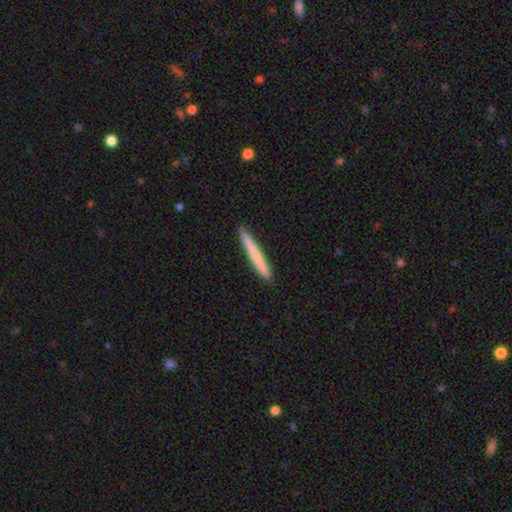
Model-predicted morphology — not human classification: A smooth galaxy with no disk features (69%) that is cigar-shaped (97%). Merging: none (92%).